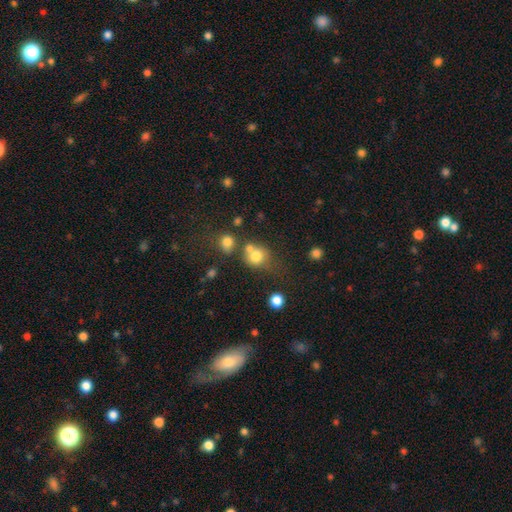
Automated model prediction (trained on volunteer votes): Smooth or featured? Predicted: smooth (p=0.75). How rounded? Predicted: round (p=0.77). Merging? Predicted: none (p=0.44).